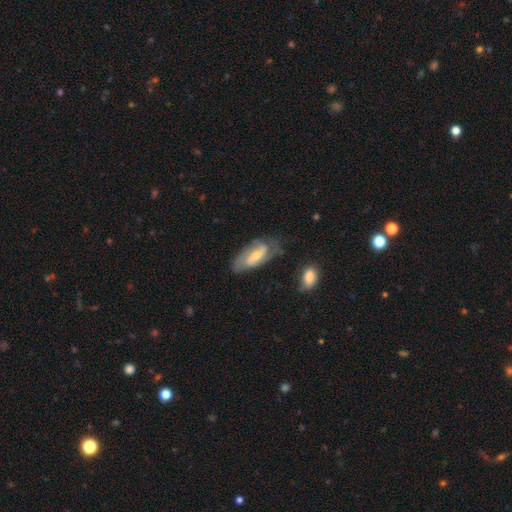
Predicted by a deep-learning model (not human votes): Smooth or featured: featured or disk — 68% (smooth — 26%)
Edge-on disk: no — 92% (yes — 8%)
Bar: weak — 43% (strong — 29%)
Spiral arms: yes — 87% (no — 13%)
Spiral winding: medium — 45% (tight — 30%)
Spiral arm count: 2 — 75% (can't tell — 15%)
Bulge size: small — 49% (moderate — 44%)
Merging: none — 63% (minor disturbance — 24%)